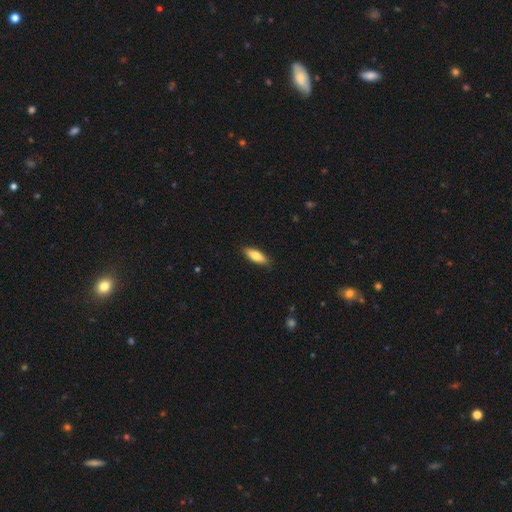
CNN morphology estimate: The model was most divided on "how rounded": in between: 64%, cigar-shaped: 34%, round: 2%. More confident: merging — none (88%); smooth or featured — smooth (78%).